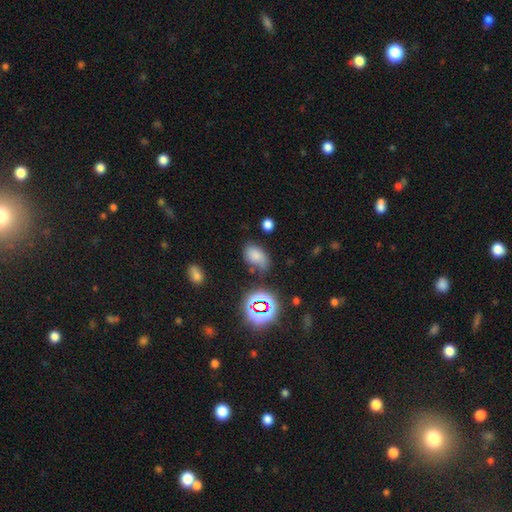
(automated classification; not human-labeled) Smooth or featured? Predicted: smooth (p=0.69). How rounded? Predicted: in between (p=0.87). Merging? Predicted: none (p=0.57).